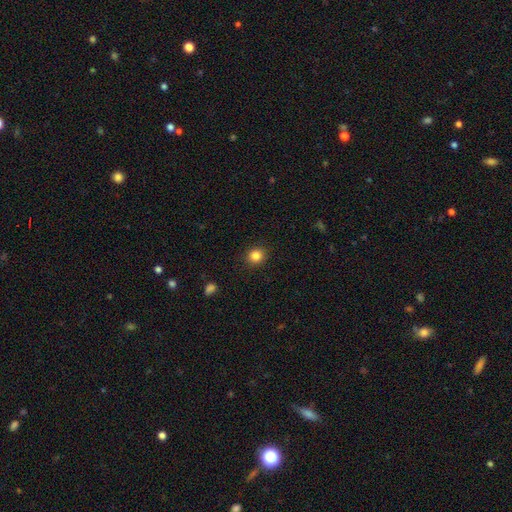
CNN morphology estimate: smooth-or-featured: smooth: 84% | star or artifact: 11% | featured or disk: 5%
  how-rounded: round: 85% | in between: 14% | cigar-shaped: 1%
  merging: none: 90% | minor disturbance: 7% | major disturbance: 2% | merger: 1%